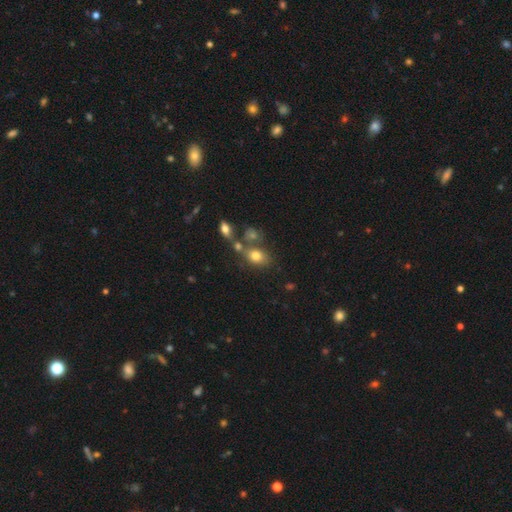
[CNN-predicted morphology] Overall: smooth (75%). How rounded: in between (71%). Merging: none (51%; merger 28%).